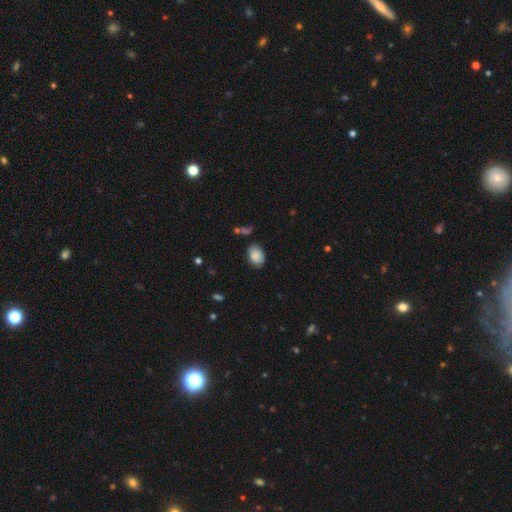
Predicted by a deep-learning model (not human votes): Smooth or featured: smooth — 81% (featured or disk — 11%)
How rounded: in between — 82% (round — 17%)
Merging: none — 72% (minor disturbance — 21%)